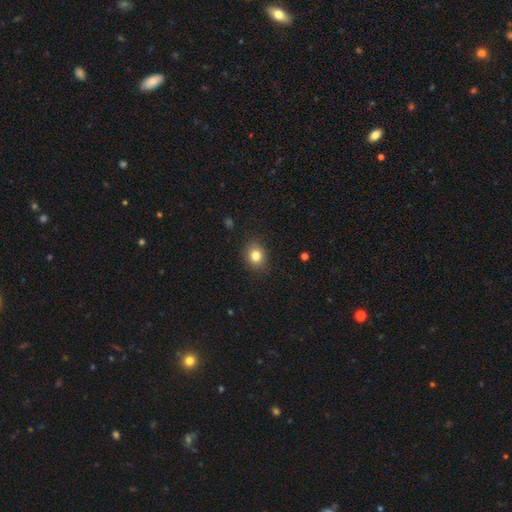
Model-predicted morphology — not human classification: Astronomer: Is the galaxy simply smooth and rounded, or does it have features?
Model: smooth — 82%.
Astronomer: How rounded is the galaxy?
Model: round — 64%.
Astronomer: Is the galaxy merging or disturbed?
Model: none — 87%.